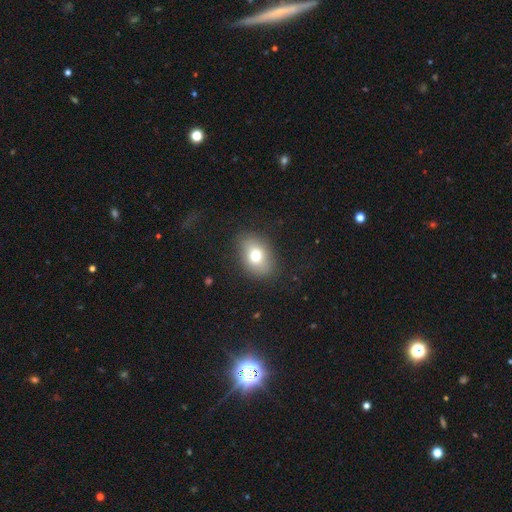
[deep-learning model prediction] Overall: smooth (72%). How rounded: in between (70%). Merging: none (82%).